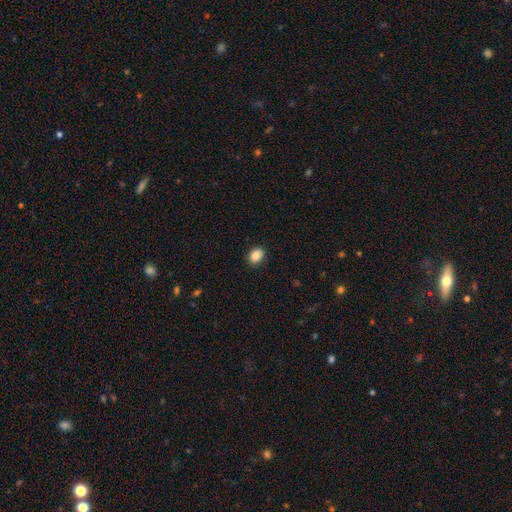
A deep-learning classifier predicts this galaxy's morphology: The model was most divided on "how rounded": in between: 65%, round: 34%, cigar-shaped: 1%. More confident: merging — none (88%); smooth or featured — smooth (85%).